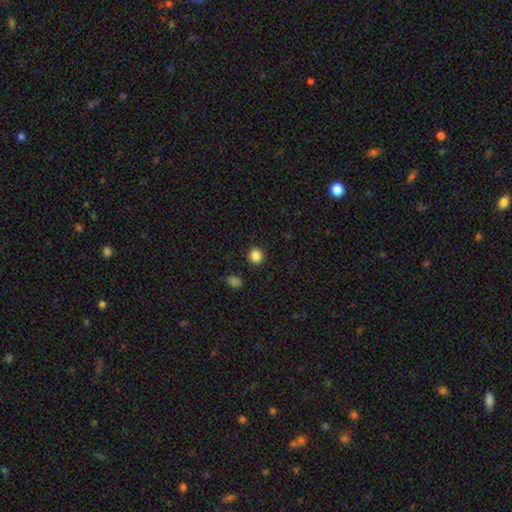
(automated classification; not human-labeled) Morphology: type=smooth (85%); roundness=round (89%); merging=none (91%).